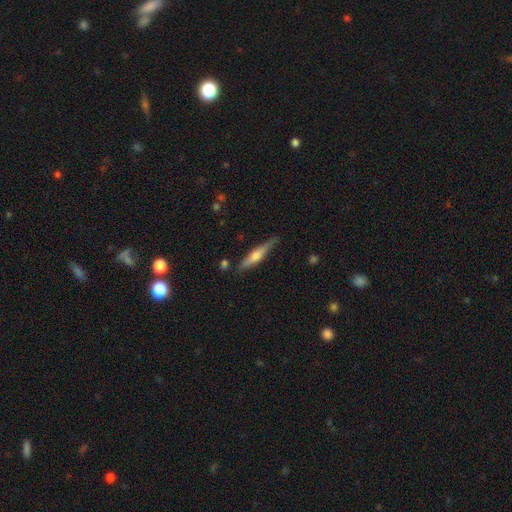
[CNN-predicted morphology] This is possibly a featured or disk galaxy (56%). It is clearly viewed edge-on (95%). Edge-on bulge: clearly rounded (85%). Merging: clearly none (80%).